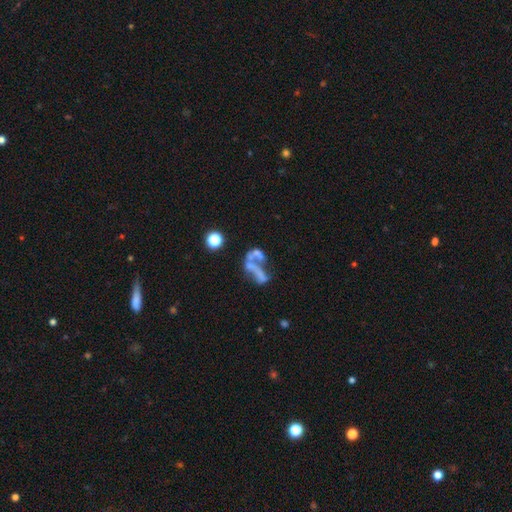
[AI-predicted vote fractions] The model was most divided on "merging": merger: 44%, major disturbance: 28%, none: 19%, minor disturbance: 9%. More confident: edge-on disk — no (96%); spiral arms — no (90%); bar — no (86%); bulge size — none (79%); smooth or featured — featured or disk (53%).